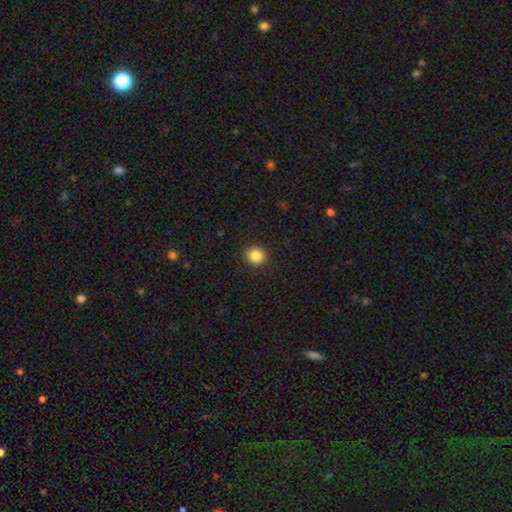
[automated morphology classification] type=smooth (86%); roundness=round (88%); merging=none (92%).